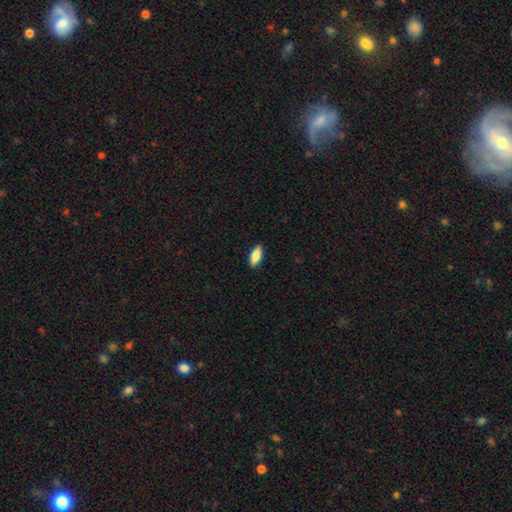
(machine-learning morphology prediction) smooth-or-featured: smooth: 83% | featured or disk: 11% | star or artifact: 6%
  how-rounded: in between: 73% | cigar-shaped: 25% | round: 2%
  merging: none: 89% | minor disturbance: 8% | major disturbance: 2% | merger: 1%